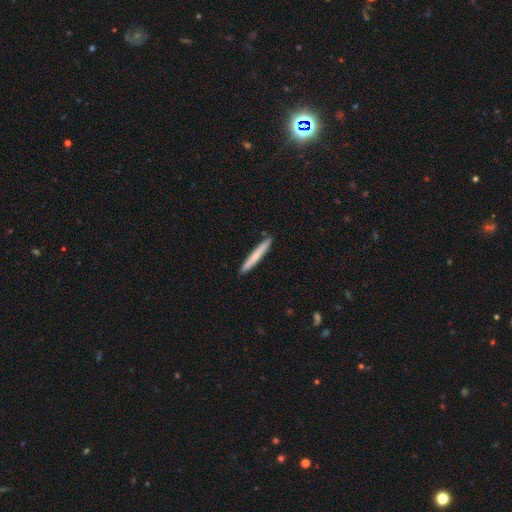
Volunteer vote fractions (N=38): This appears to be a smooth galaxy with no disk features (74%) that is cigar-shaped (96%). Merging: none (97%).